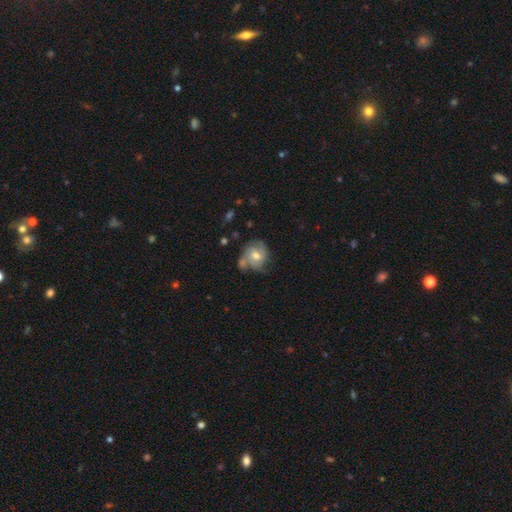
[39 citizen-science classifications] This is likely a featured or disk galaxy (69%). It is clearly not viewed edge-on (100%). Bar: possibly no (56%). Spiral arm pattern: clearly yes (96%). Spiral arm count: possibly 3 (46%). Spiral winding: possibly medium (54%). Central bulge: likely moderate (74%). Merging: possibly none (47%).